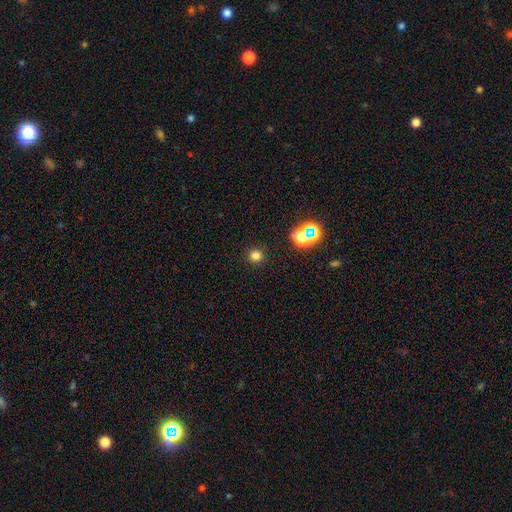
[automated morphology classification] Smooth or featured?
  - smooth: 76% *
  - star or artifact: 19%
  - featured or disk: 5%
How rounded?
  - round: 94% *
  - in between: 5%
  - cigar-shaped: 1%
Merging?
  - none: 91% *
  - minor disturbance: 5%
  - major disturbance: 2%
  - merger: 2%